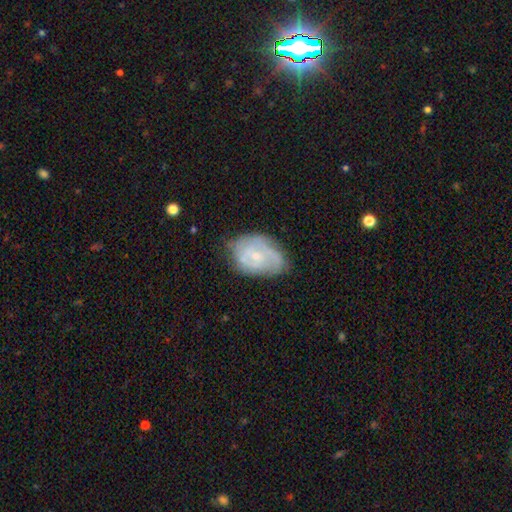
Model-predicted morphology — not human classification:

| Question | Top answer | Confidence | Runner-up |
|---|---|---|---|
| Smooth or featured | featured or disk | 67% | smooth (27%) |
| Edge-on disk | no | 97% | yes (3%) |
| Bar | no | 65% | weak (31%) |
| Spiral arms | yes | 78% | no (22%) |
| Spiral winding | tight | 49% | medium (37%) |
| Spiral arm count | can't tell | 41% | 2 (35%) |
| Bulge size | small | 65% | moderate (28%) |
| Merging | none | 56% | minor disturbance (30%) |